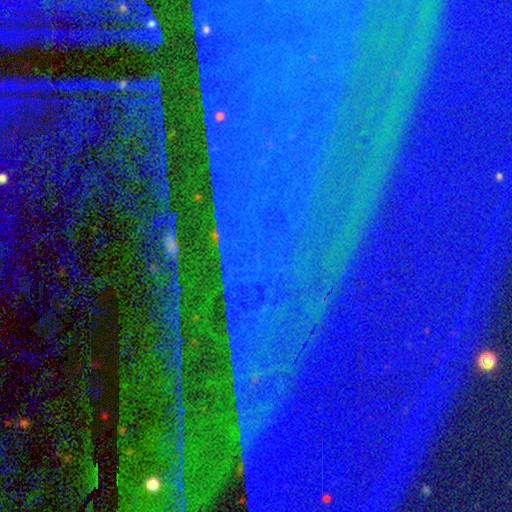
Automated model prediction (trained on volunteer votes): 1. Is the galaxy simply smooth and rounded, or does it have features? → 89% star or artifact, 6% featured or disk, 5% smooth.